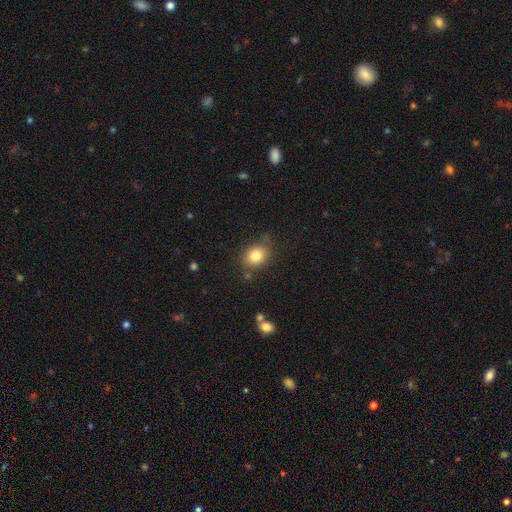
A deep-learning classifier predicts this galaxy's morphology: Smooth or featured? Predicted: smooth (p=0.83). How rounded? Predicted: round (p=0.56). Merging? Predicted: none (p=0.76).